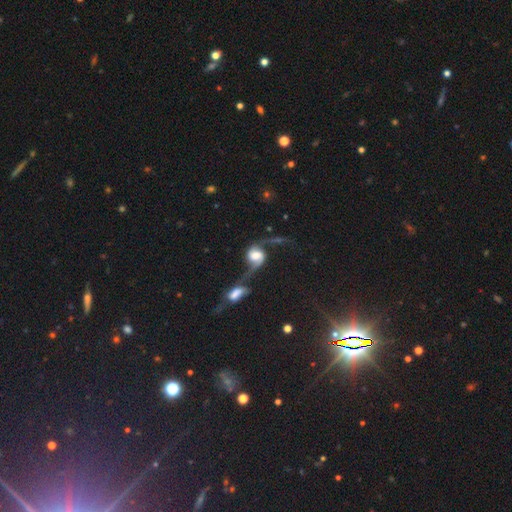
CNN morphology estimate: Smooth or featured? featured or disk (76%)
Edge-on disk? no (96%)
Bar? no (45%)
Spiral arms? yes (93%)
Spiral winding? loose (75%)
Spiral arm count? 2 (86%)
Bulge size? large (44%)
Merging? merger (57%)